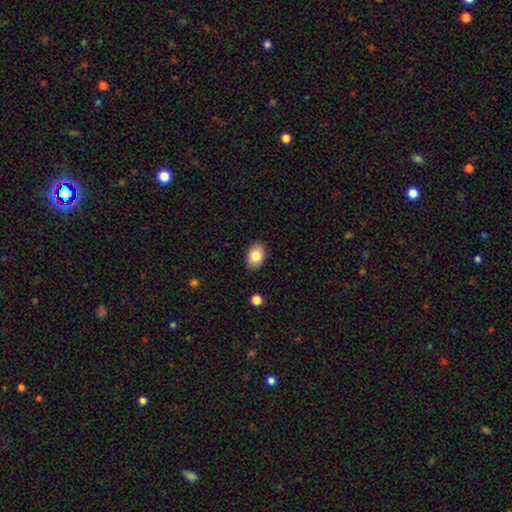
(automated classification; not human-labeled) Morphology: type=smooth (84%); roundness=in between (83%); merging=none (88%).